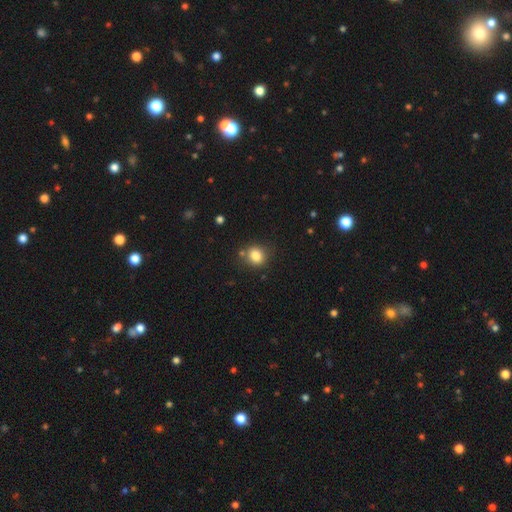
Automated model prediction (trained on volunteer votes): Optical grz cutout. It shows a smooth galaxy with no disk features (83%) that is round (69%). Merging: none (77%).